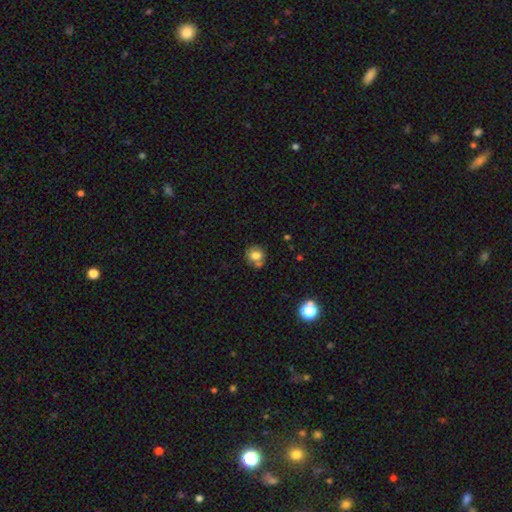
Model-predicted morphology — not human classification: Smooth or featured? smooth (76%)
How rounded? round (83%)
Merging? none (63%)